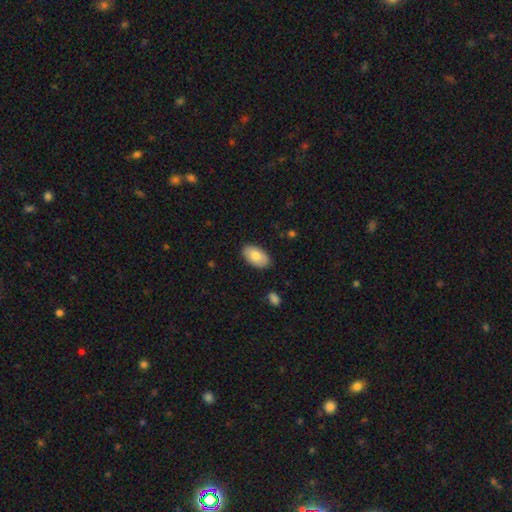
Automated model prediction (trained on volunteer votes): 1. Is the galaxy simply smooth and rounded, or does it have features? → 81% smooth, 13% featured or disk, 6% star or artifact.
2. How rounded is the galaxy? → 95% in between, 4% round, 1% cigar-shaped.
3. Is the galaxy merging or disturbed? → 87% none, 10% minor disturbance, 2% major disturbance, 1% merger.